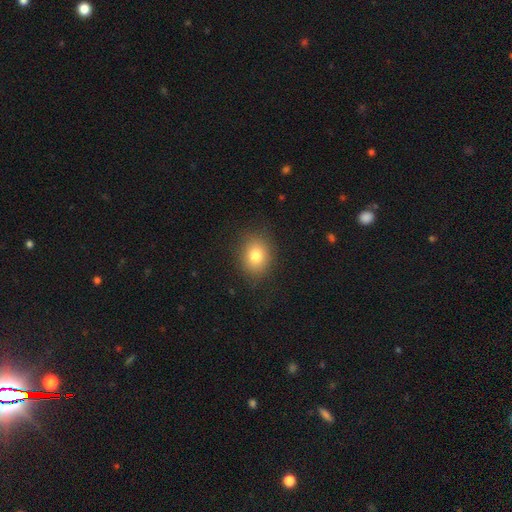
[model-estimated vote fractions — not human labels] Smooth or featured: smooth — 81% (star or artifact — 11%)
How rounded: round — 51% (in between — 48%)
Merging: none — 85% (minor disturbance — 10%)